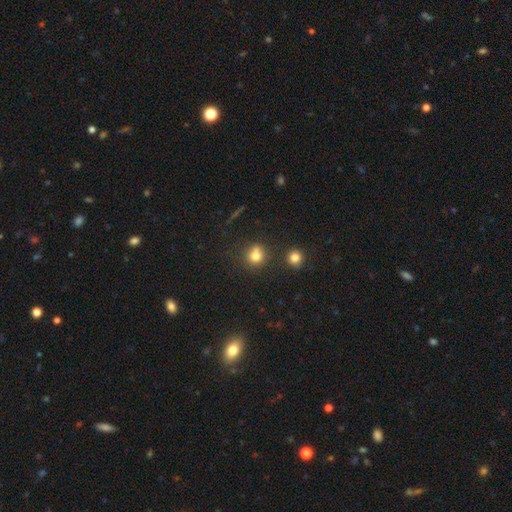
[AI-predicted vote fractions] Q: Smooth or featured?
A: smooth (76%); runner-up: star or artifact (15%)
Q: How rounded?
A: round (81%); runner-up: in between (18%)
Q: Merging?
A: none (59%); runner-up: merger (22%)